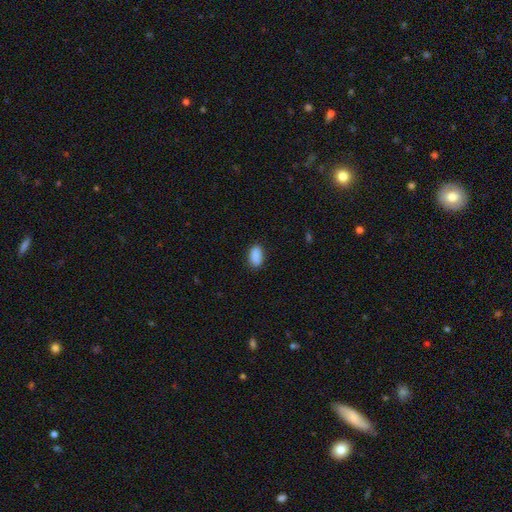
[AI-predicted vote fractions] The model was most divided on "merging": none: 85%, minor disturbance: 12%, major disturbance: 3%, merger: 1%. More confident: how rounded — in between (92%); smooth or featured — smooth (90%).